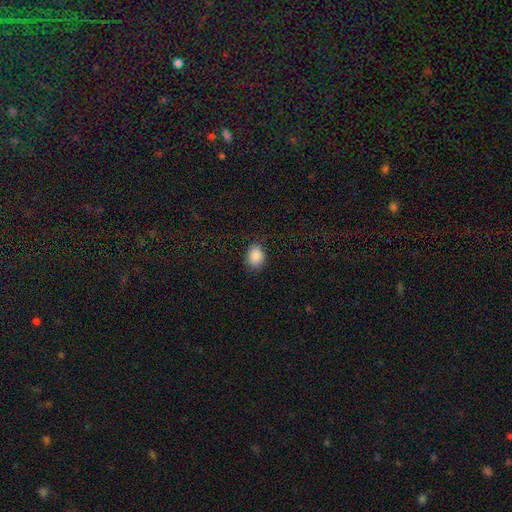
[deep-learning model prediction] A smooth galaxy with no disk features (87%) that is in between round and cigar-shaped (59%).

Vote fractions:
- Smooth or featured? smooth: 87% / star or artifact: 8% / featured or disk: 4%
- How rounded? in between: 59% / round: 40% / cigar-shaped: 1%
- Merging? none: 82% / minor disturbance: 13% / major disturbance: 3% / merger: 1%